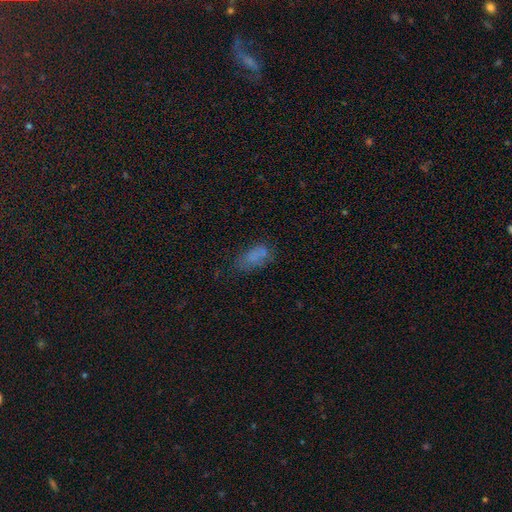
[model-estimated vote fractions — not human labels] Morphology: type=smooth (70%); roundness=in between (88%); merging=none (53%).